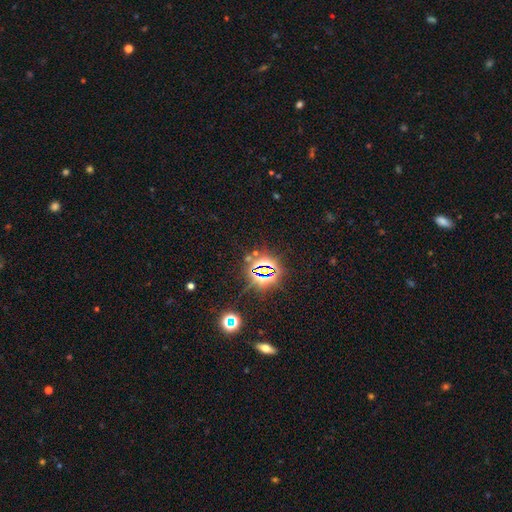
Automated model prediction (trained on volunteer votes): This appears to be a star or artifact, not a galaxy (81%).